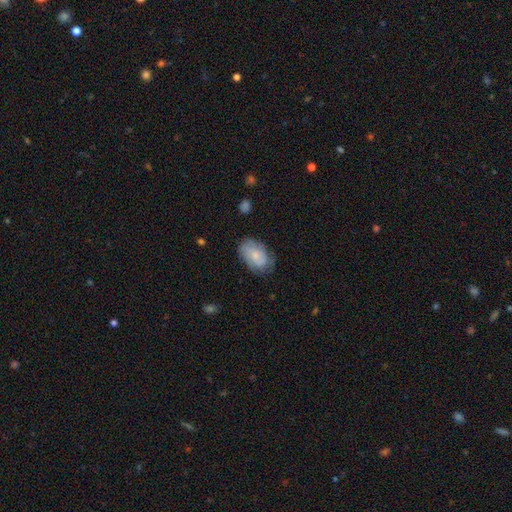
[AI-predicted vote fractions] Smooth or featured: smooth — 57% (featured or disk — 36%)
How rounded: in between — 89% (round — 10%)
Merging: none — 64% (minor disturbance — 26%)